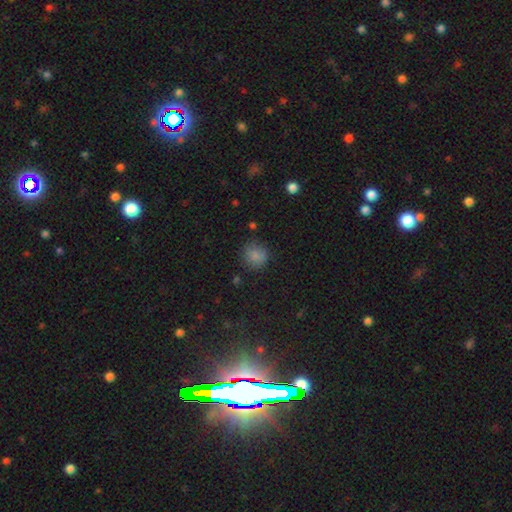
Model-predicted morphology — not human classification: Q: Smooth or featured?
A: smooth (82%); runner-up: star or artifact (12%)
Q: How rounded?
A: round (90%); runner-up: in between (9%)
Q: Merging?
A: none (79%); runner-up: minor disturbance (15%)